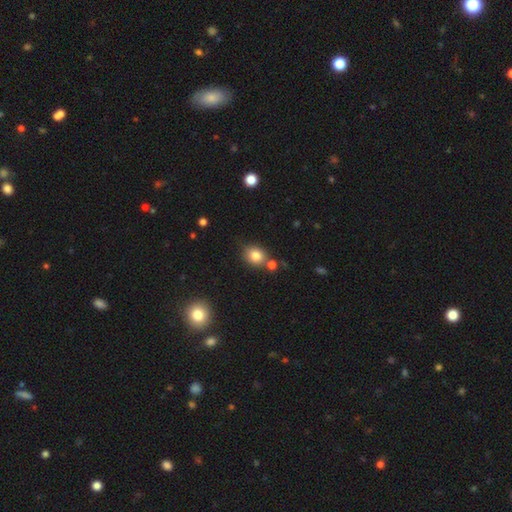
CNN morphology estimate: Smooth or featured?
  - smooth: 81% *
  - star or artifact: 11%
  - featured or disk: 8%
How rounded?
  - round: 62% *
  - in between: 36%
  - cigar-shaped: 1%
Merging?
  - none: 69% *
  - merger: 16%
  - minor disturbance: 12%
  - major disturbance: 3%